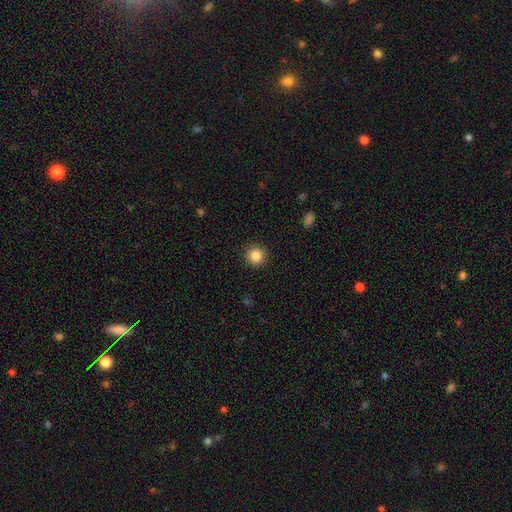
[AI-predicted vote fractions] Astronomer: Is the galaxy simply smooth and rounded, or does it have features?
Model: smooth — 86%.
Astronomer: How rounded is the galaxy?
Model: round — 93%.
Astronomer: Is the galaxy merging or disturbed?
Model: none — 91%.